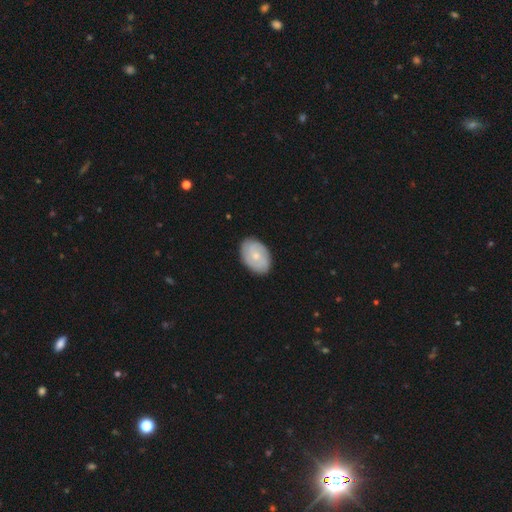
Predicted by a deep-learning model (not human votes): Smooth or featured?
  - smooth: 53% *
  - featured or disk: 41%
  - star or artifact: 6%
How rounded?
  - in between: 86% *
  - round: 13%
  - cigar-shaped: 1%
Merging?
  - none: 85% *
  - minor disturbance: 12%
  - major disturbance: 2%
  - merger: 1%